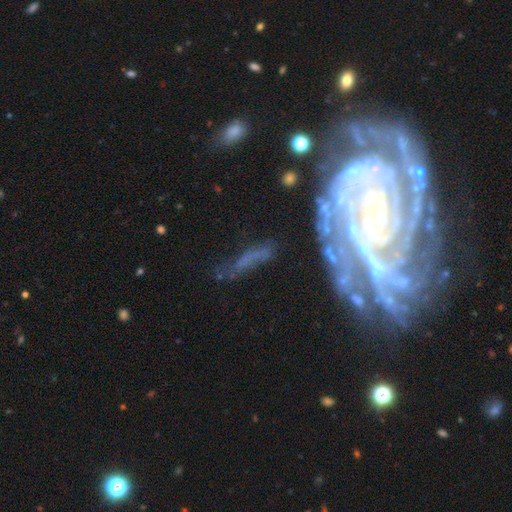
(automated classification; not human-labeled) This appears to be a featured or disk galaxy (89%) with no bar (57%), can't tell (22%, tied with 2) tight (77%) spiral arms (97%) and a small central bulge (80%). Merging: none (62%).